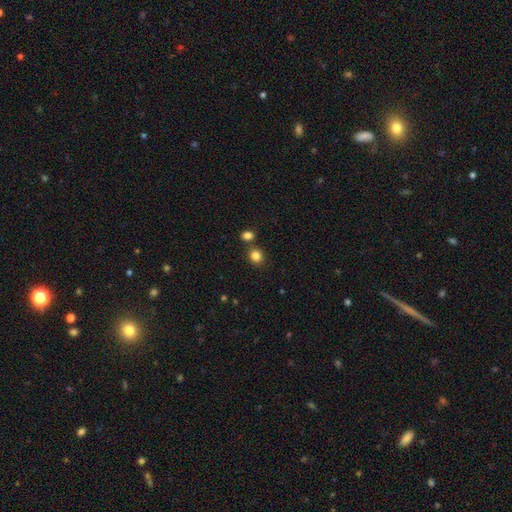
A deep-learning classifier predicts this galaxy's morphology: Smooth or featured? Predicted: smooth (p=0.84). How rounded? Predicted: round (p=0.74). Merging? Predicted: none (p=0.73).